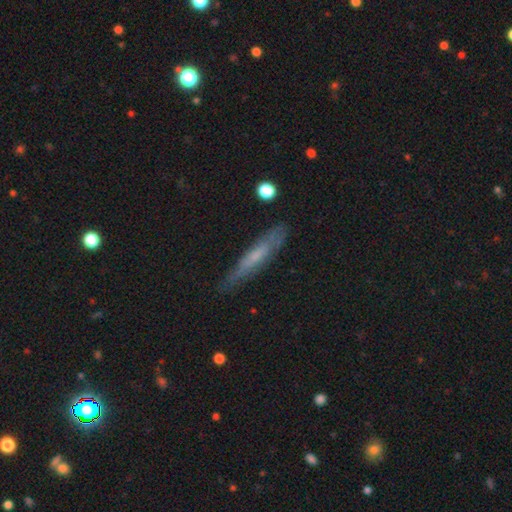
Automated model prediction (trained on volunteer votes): smooth-or-featured: featured or disk: 48% | smooth: 45% | star or artifact: 8%
  merging: none: 77% | minor disturbance: 17% | major disturbance: 4% | merger: 2%